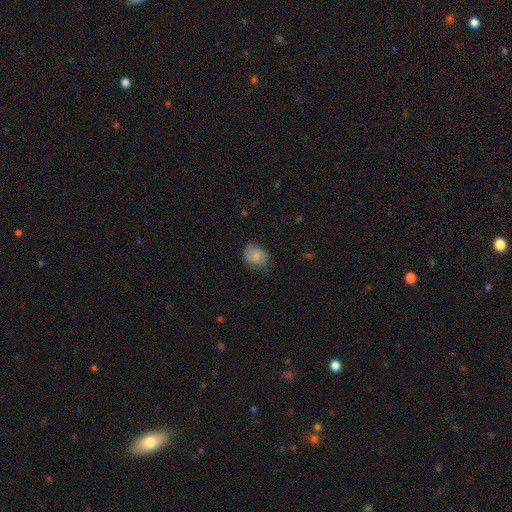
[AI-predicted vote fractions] A smooth galaxy with no disk features (71%) that is round (52%). Merging: none (61%).